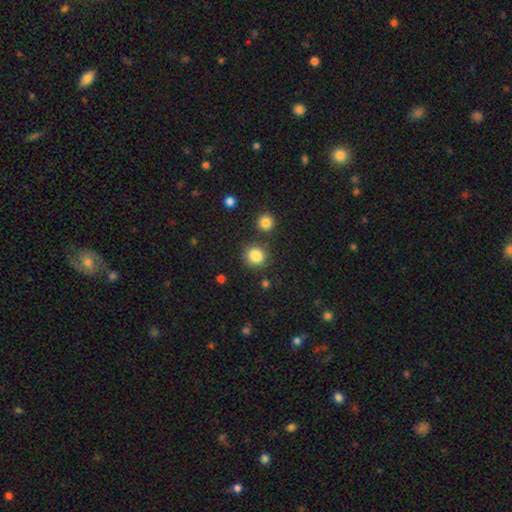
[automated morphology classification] Q: Smooth or featured?
A: smooth (85%); runner-up: star or artifact (11%)
Q: How rounded?
A: round (86%); runner-up: in between (13%)
Q: Merging?
A: none (80%); runner-up: minor disturbance (9%)